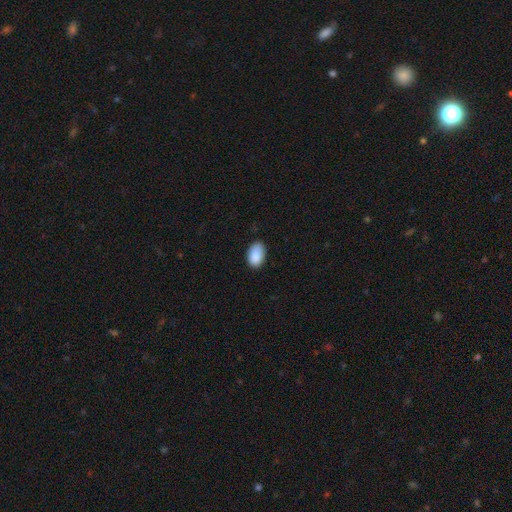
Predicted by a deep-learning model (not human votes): Smooth or featured?
  - smooth: 89% *
  - star or artifact: 7%
  - featured or disk: 4%
How rounded?
  - in between: 92% *
  - round: 7%
  - cigar-shaped: 1%
Merging?
  - none: 77% *
  - minor disturbance: 19%
  - major disturbance: 3%
  - merger: 1%